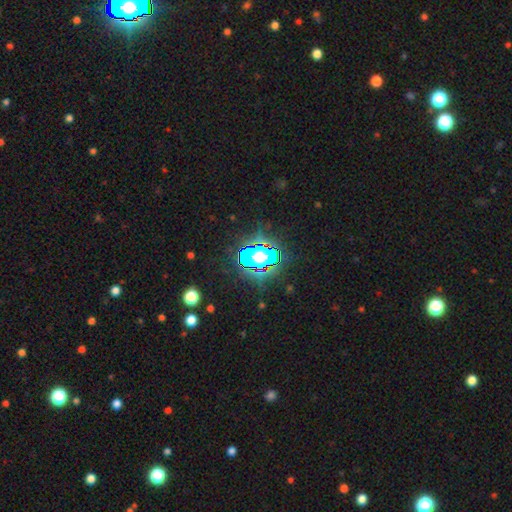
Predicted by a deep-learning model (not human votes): This is likely a star or artifact rather than a galaxy (61%).